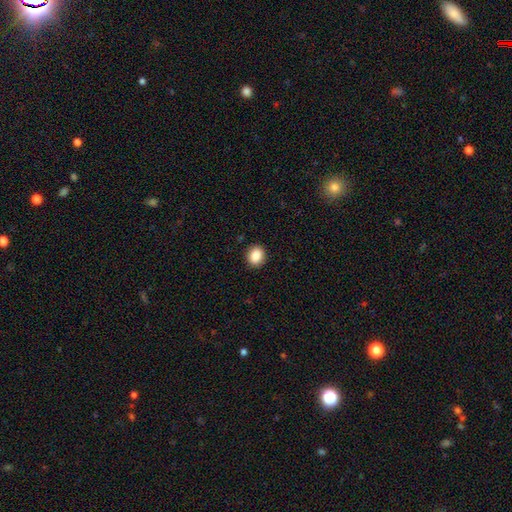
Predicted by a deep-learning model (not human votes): This is clearly a smooth galaxy (88%). How rounded: likely round (69%). Merging: clearly none (91%).